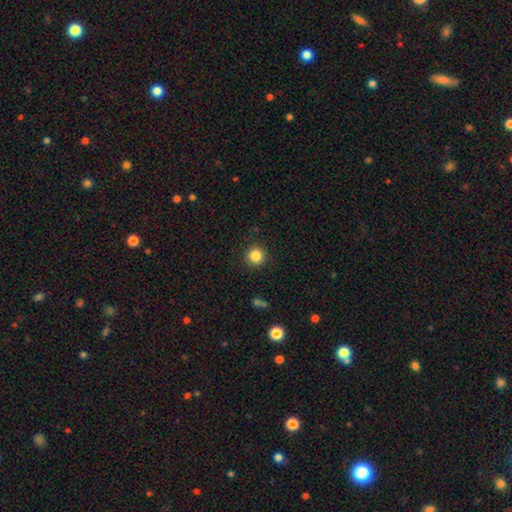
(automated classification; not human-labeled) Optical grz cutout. It shows a smooth galaxy with no disk features (85%) that is round (95%). Merging: none (91%).